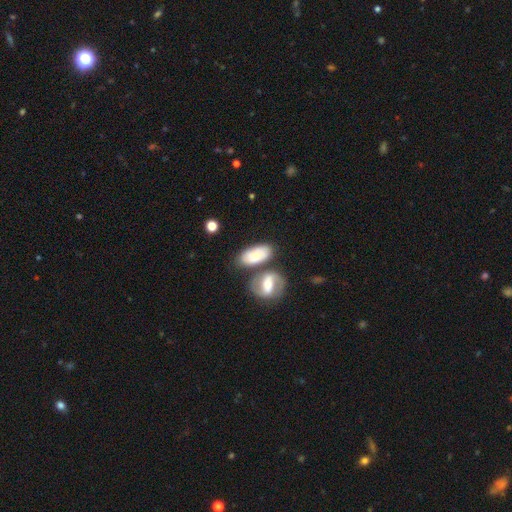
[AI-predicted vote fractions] Overall: smooth (57%; featured or disk 37%). How rounded: in between (89%). Merging: none (51%; merger 31%).